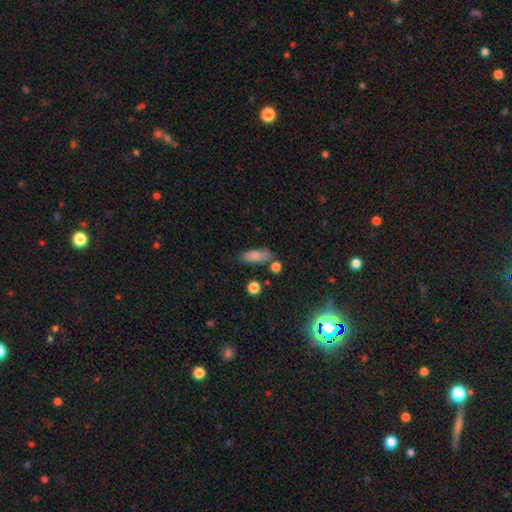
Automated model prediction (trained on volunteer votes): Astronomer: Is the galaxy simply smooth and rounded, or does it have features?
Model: smooth — 83%.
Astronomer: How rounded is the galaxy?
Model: in between — 69%.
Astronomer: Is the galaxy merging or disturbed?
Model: none — 67%.